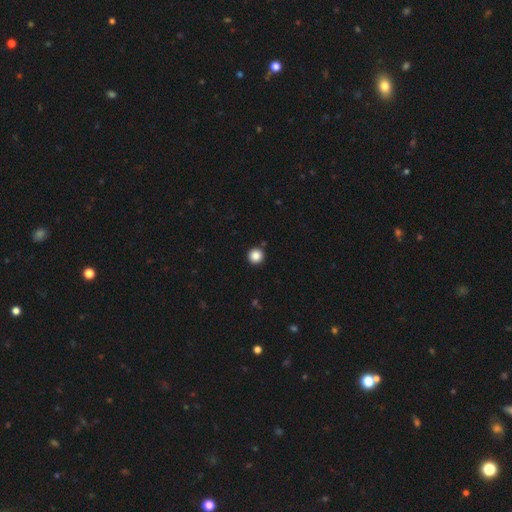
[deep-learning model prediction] Overall: smooth (86%). How rounded: round (96%). Merging: none (92%).